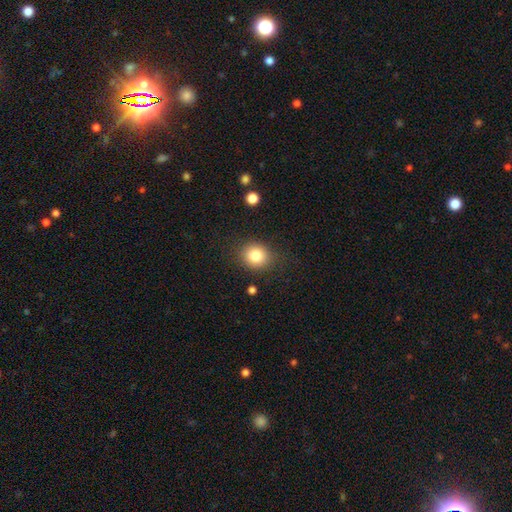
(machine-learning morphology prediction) smooth_or_featured: smooth (p=0.81) [alt: star or artifact p=0.11]
how_rounded: round (p=0.79) [alt: in between p=0.20]
merging: none (p=0.86) [alt: minor disturbance p=0.09]